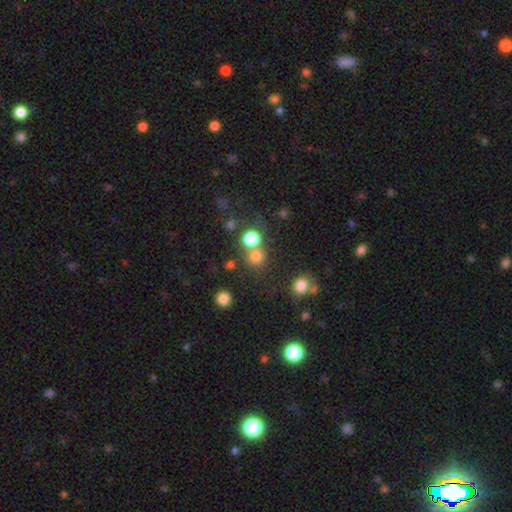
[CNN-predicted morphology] smooth-or-featured: smooth: 76% | star or artifact: 18% | featured or disk: 6%
  how-rounded: round: 88% | in between: 11% | cigar-shaped: 1%
  merging: none: 62% | merger: 26% | minor disturbance: 8% | major disturbance: 4%